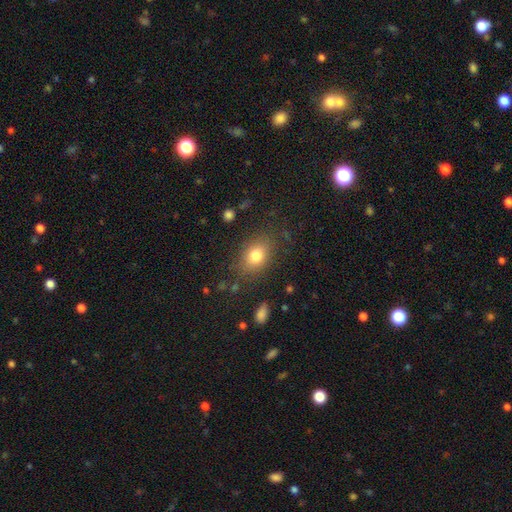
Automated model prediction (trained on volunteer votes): A smooth galaxy with no disk features (80%) that is in between round and cigar-shaped (73%).

Vote fractions:
- Smooth or featured? smooth: 80% / star or artifact: 10% / featured or disk: 10%
- How rounded? in between: 73% / round: 25% / cigar-shaped: 2%
- Merging? none: 80% / minor disturbance: 13% / major disturbance: 5% / merger: 2%